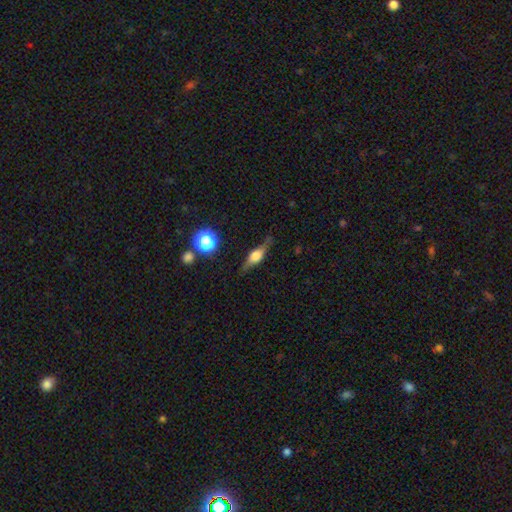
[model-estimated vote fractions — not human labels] The model was most divided on "smooth or featured": featured or disk: 59%, smooth: 33%, star or artifact: 8%. More confident: edge-on disk — yes (92%); edge-on bulge — rounded (87%); merging — none (75%).